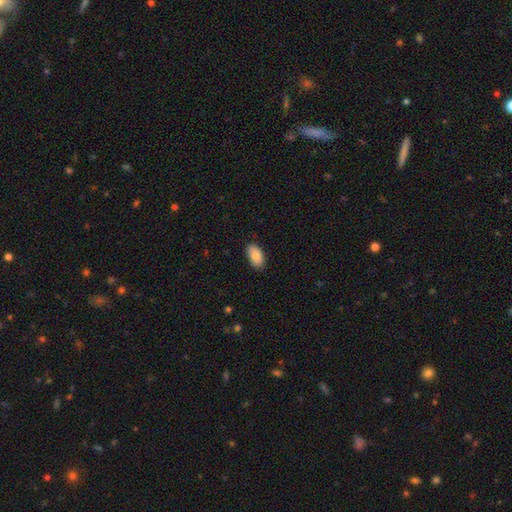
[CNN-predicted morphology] Overall: smooth (86%). How rounded: in between (95%). Merging: none (85%).